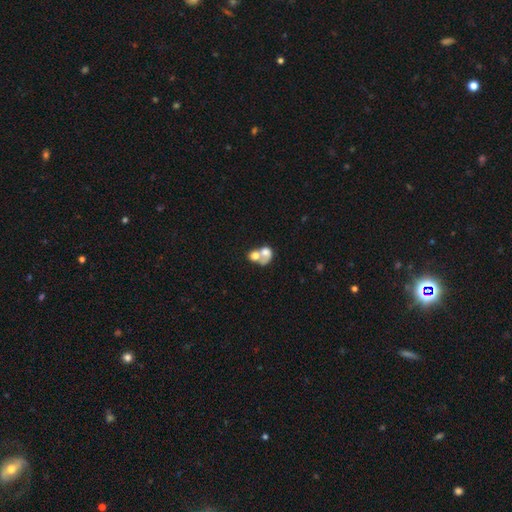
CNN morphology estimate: type=smooth (60%); roundness=round (51%); merging=merger (74%).